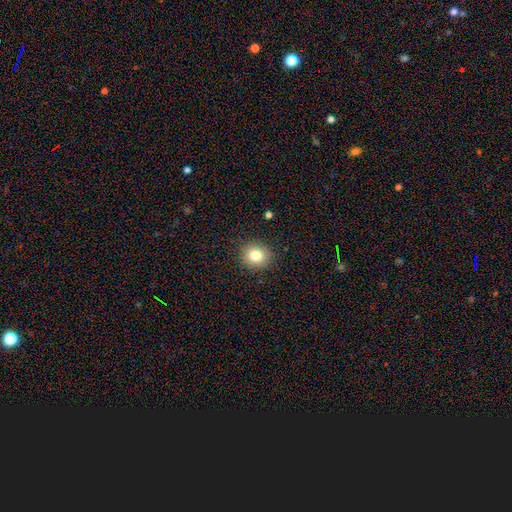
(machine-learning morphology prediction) smooth-or-featured: smooth: 81% | star or artifact: 11% | featured or disk: 8%
  how-rounded: round: 82% | in between: 17% | cigar-shaped: 1%
  merging: none: 90% | minor disturbance: 7% | major disturbance: 2% | merger: 1%